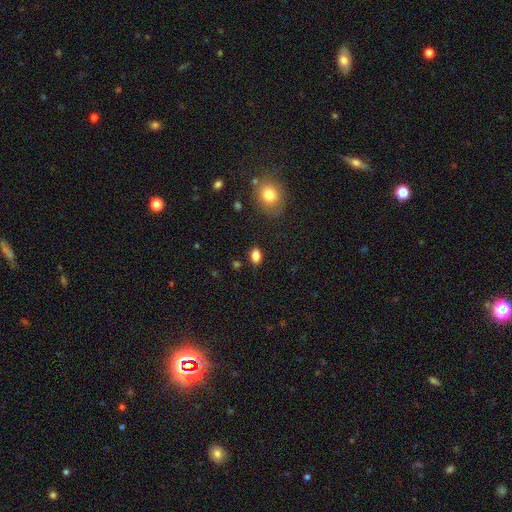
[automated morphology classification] smooth_or_featured: smooth (p=0.85) [alt: star or artifact p=0.10]
how_rounded: in between (p=0.83) [alt: round p=0.15]
merging: none (p=0.85) [alt: minor disturbance p=0.10]